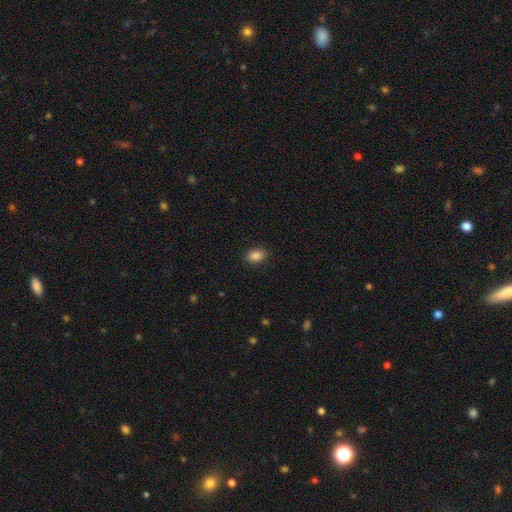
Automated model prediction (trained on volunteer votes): The model was most divided on "how rounded": in between: 82%, round: 17%, cigar-shaped: 1%. More confident: merging — none (89%); smooth or featured — smooth (87%).